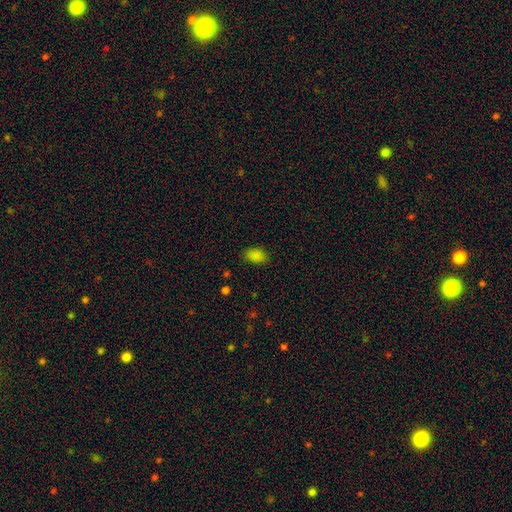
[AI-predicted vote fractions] A smooth galaxy with no disk features (84%) that is in between round and cigar-shaped (88%). Merging: none (83%).